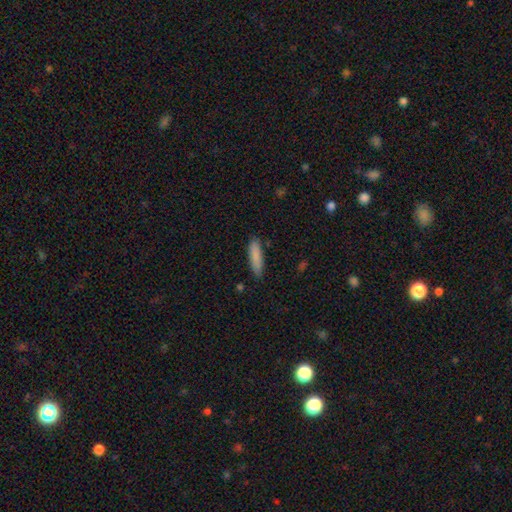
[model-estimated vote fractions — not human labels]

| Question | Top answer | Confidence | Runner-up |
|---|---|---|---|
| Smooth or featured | smooth | 86% | featured or disk (8%) |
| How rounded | cigar-shaped | 74% | in between (25%) |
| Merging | none | 84% | minor disturbance (12%) |